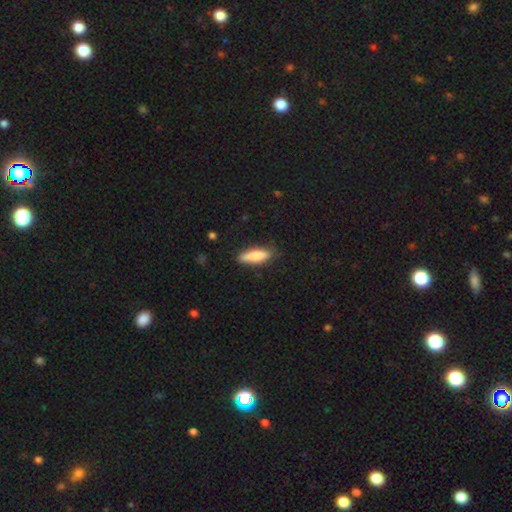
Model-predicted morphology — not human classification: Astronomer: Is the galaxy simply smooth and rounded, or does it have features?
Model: smooth — 76%.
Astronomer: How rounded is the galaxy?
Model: cigar-shaped — 55% (runner-up: in between, 43%).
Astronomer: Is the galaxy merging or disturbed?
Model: none — 79%.